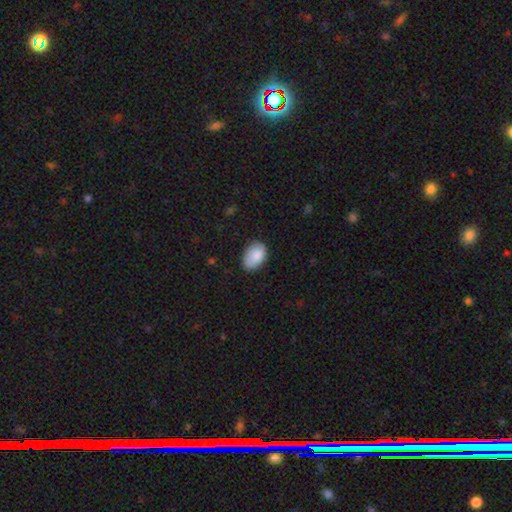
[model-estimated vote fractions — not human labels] Overall: smooth (86%). How rounded: in between (89%). Merging: none (74%).